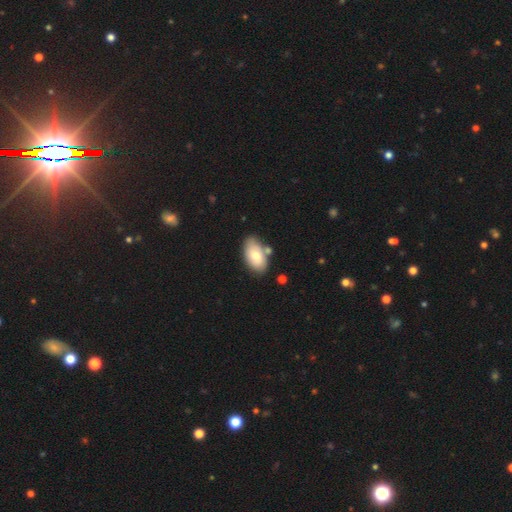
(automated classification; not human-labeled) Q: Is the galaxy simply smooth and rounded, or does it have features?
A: smooth — 71%.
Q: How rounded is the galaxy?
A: in between — 94%.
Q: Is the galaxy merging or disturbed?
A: none — 68%.